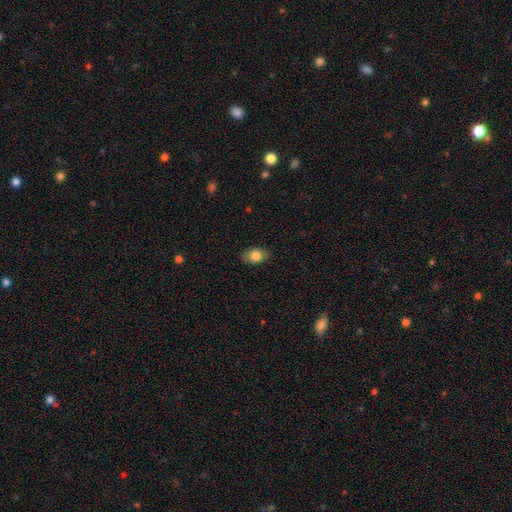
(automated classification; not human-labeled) smooth 79%, featured or disk 13%, star or artifact 8%. Down the decision tree: how rounded — in between (85%); merging — none (85%).